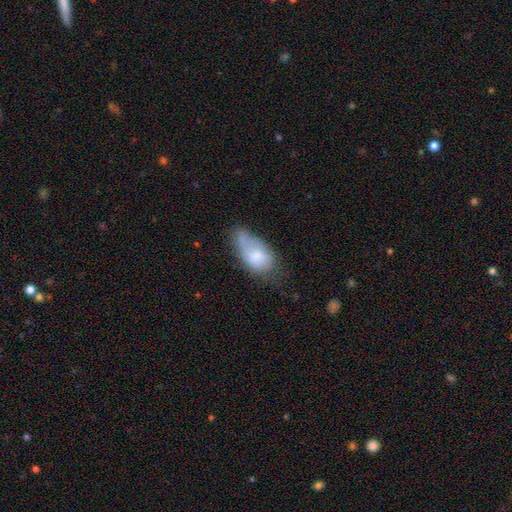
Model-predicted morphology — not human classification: smooth-or-featured: smooth: 66% | featured or disk: 27% | star or artifact: 8%
  how-rounded: in between: 90% | round: 5% | cigar-shaped: 4%
  merging: minor disturbance: 35% | major disturbance: 30% | none: 28% | merger: 7%